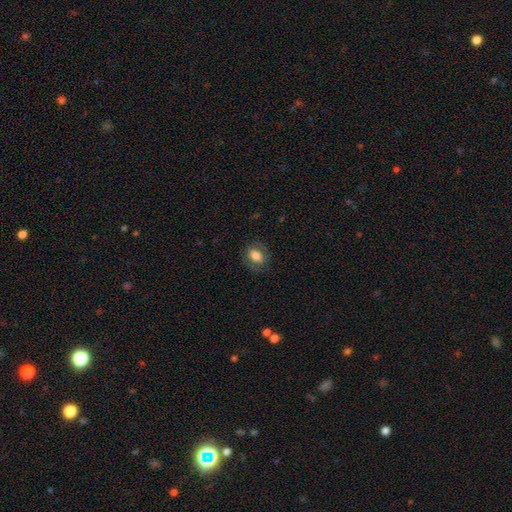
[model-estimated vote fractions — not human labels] Overall: smooth (70%). How rounded: in between (70%). Merging: none (78%).